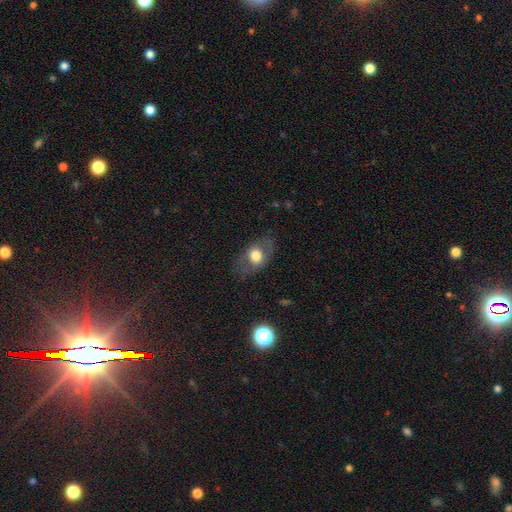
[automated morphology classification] A smooth galaxy with no disk features (61%) that is in between round and cigar-shaped (79%).

Vote fractions:
- Smooth or featured? smooth: 61% / featured or disk: 30% / star or artifact: 8%
- How rounded? in between: 79% / round: 19% / cigar-shaped: 2%
- Merging? none: 75% / minor disturbance: 16% / major disturbance: 8% / merger: 1%